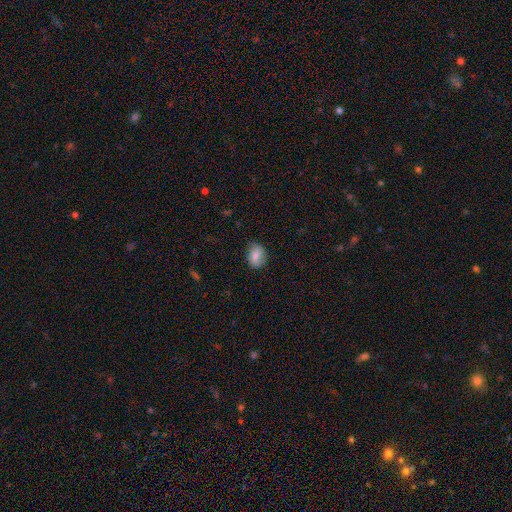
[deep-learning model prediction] smooth-or-featured: smooth: 81% | featured or disk: 12% | star or artifact: 8%
  how-rounded: in between: 63% | round: 36% | cigar-shaped: 1%
  merging: none: 80% | minor disturbance: 16% | major disturbance: 3% | merger: 1%